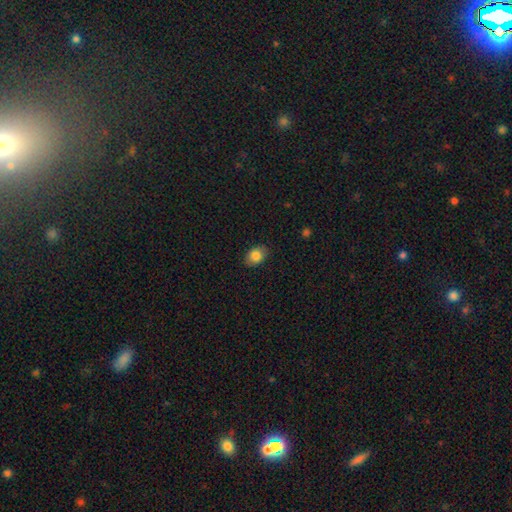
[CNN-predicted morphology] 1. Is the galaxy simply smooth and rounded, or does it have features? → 85% smooth, 8% star or artifact, 7% featured or disk.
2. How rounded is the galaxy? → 68% in between, 31% round, 1% cigar-shaped.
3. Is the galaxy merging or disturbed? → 85% none, 11% minor disturbance, 2% major disturbance, 1% merger.